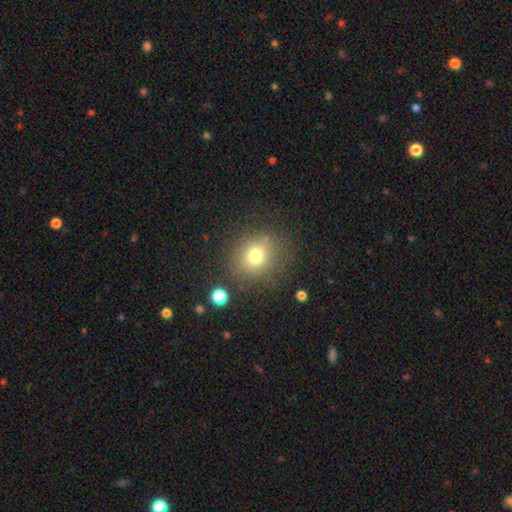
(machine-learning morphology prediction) Smooth or featured? smooth (74%)
How rounded? round (76%)
Merging? none (79%)